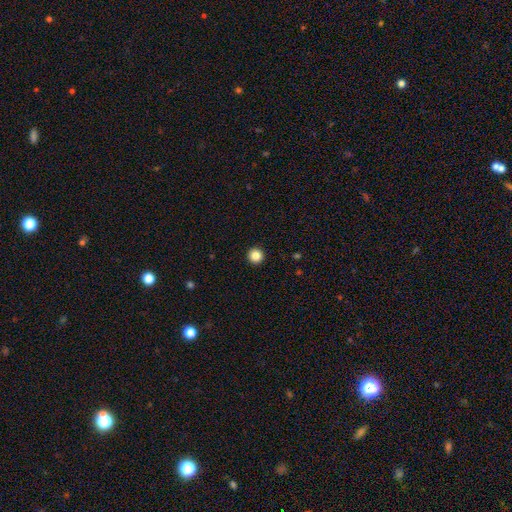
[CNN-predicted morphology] type=smooth (86%); roundness=round (96%); merging=none (94%).